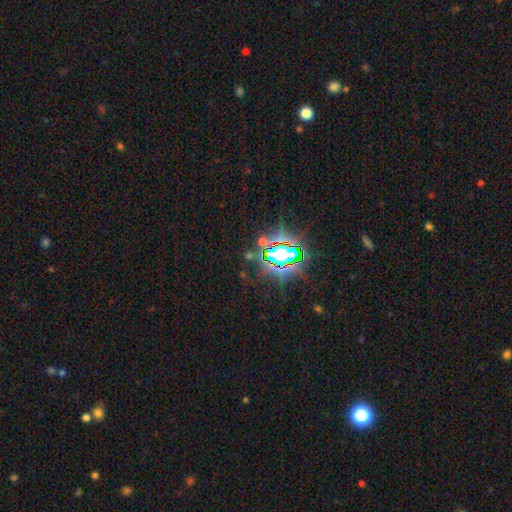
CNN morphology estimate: This appears to be a star or artifact, not a galaxy (75%).